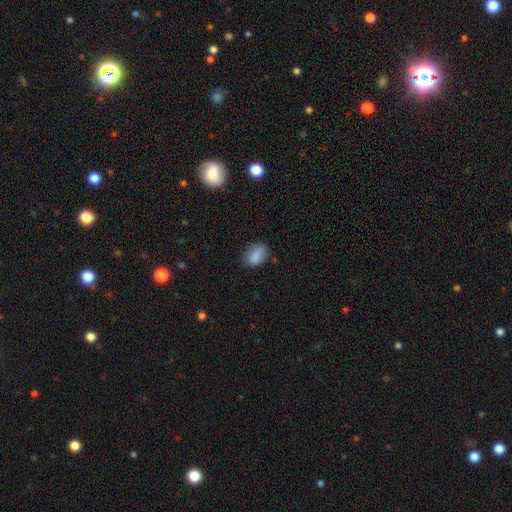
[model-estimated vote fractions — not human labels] This appears to be a smooth galaxy with no disk features (85%) that is in between round and cigar-shaped (76%). Merging: none (69%).